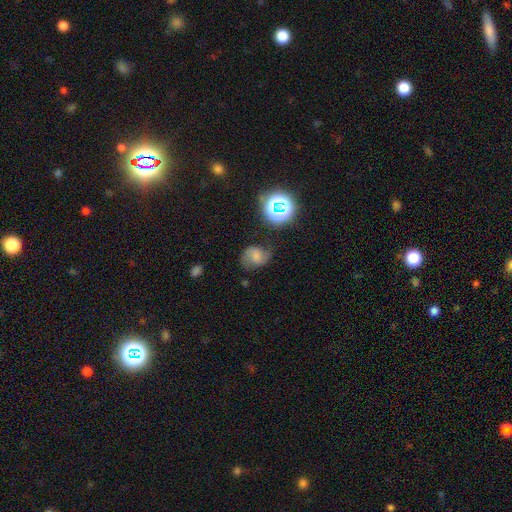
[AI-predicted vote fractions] Smooth or featured? Predicted: featured or disk (p=0.50). Edge-on disk? Predicted: no (p=0.97). Merging? Predicted: none (p=0.62).